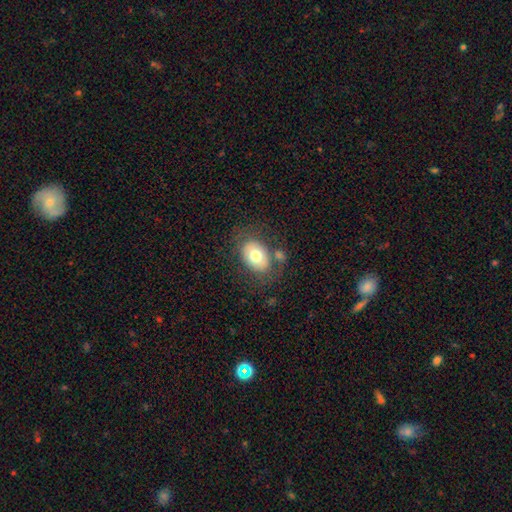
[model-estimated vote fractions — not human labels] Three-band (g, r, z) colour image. It shows a smooth galaxy with no disk features (71%) that is in between round and cigar-shaped (77%). Merging: none (69%).